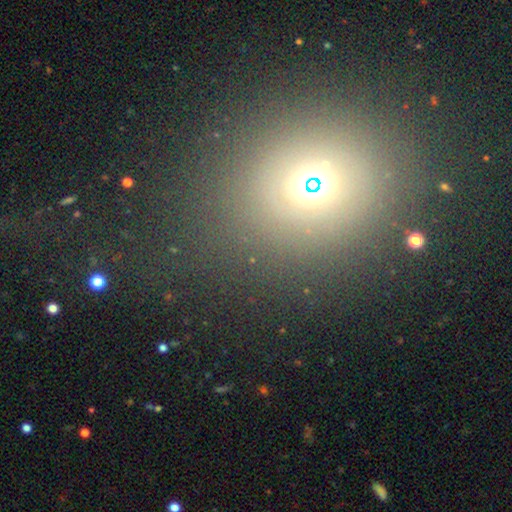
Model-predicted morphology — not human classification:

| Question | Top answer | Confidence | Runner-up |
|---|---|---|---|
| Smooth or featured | smooth | 44% | star or artifact (42%) |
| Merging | none | 74% | minor disturbance (11%) |